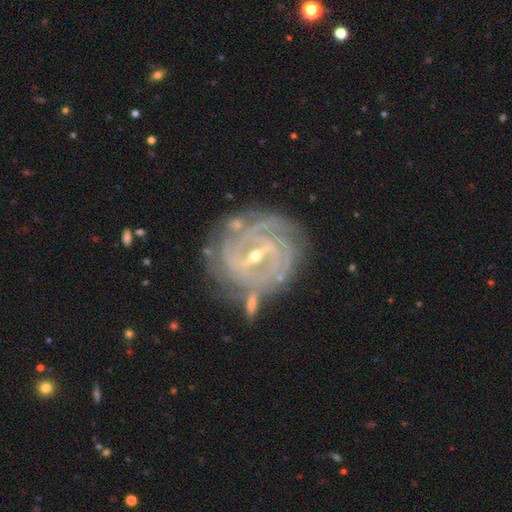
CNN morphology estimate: Smooth or featured: featured or disk — 92% (star or artifact — 5%)
Edge-on disk: no — 97% (yes — 3%)
Bar: strong — 54% (weak — 37%)
Spiral arms: yes — 98% (no — 2%)
Spiral winding: tight — 81% (medium — 17%)
Spiral arm count: 4 — 25% (tied with 3 — 25%)
Bulge size: small — 59% (moderate — 39%)
Merging: none — 71% (minor disturbance — 17%)